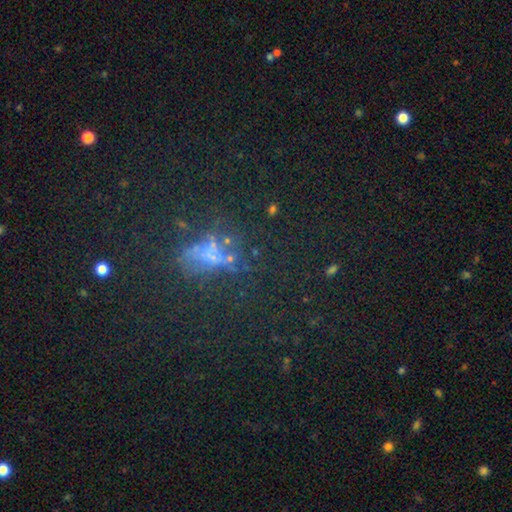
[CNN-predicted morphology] The model was most divided on "smooth or featured": star or artifact: 46%, smooth: 33%, featured or disk: 21%.